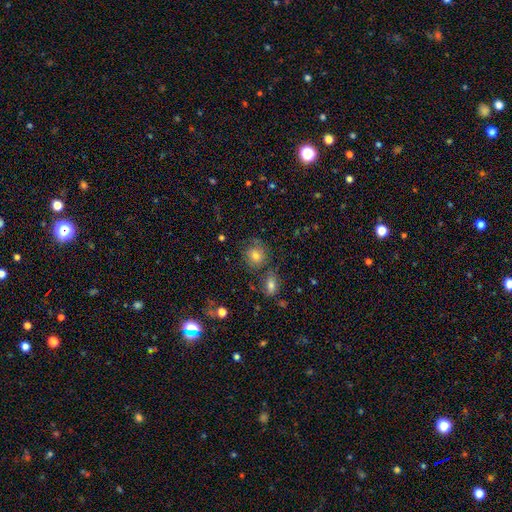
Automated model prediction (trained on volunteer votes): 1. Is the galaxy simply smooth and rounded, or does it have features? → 63% smooth, 23% featured or disk, 13% star or artifact.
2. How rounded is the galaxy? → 81% round, 18% in between, 1% cigar-shaped.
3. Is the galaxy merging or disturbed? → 65% none, 18% minor disturbance, 9% merger, 8% major disturbance.